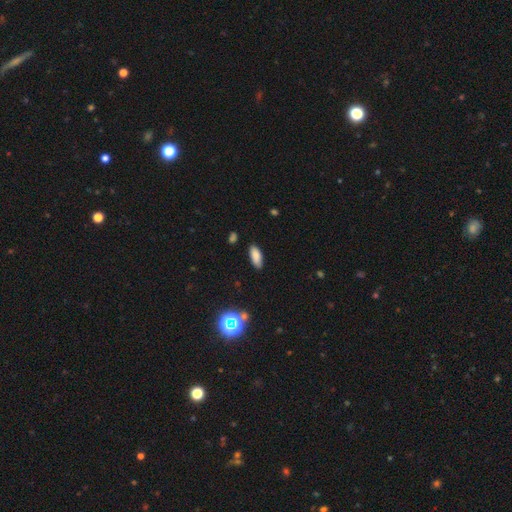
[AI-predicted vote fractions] This appears to be a smooth galaxy with no disk features (83%) that is in between round and cigar-shaped (80%). Merging: none (83%).